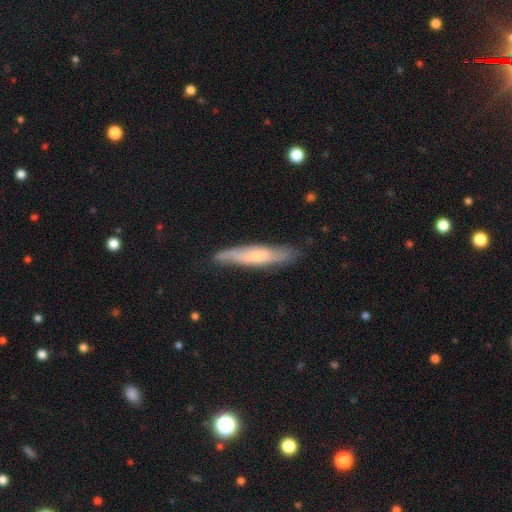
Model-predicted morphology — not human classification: Smooth or featured? Predicted: featured or disk (p=0.48). Merging? Predicted: none (p=0.77).